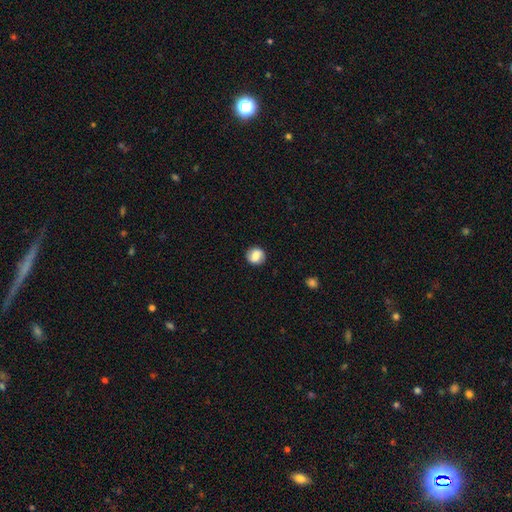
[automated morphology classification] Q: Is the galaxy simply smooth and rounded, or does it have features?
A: smooth — 73%.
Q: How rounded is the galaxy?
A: round — 84%.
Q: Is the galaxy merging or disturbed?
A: none — 87%.